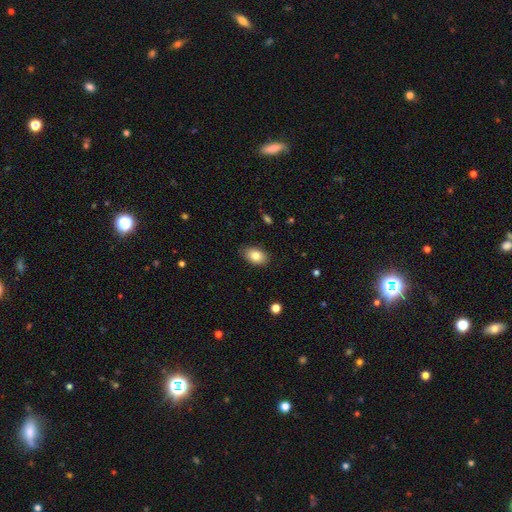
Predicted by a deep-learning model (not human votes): The model was most divided on "smooth or featured": smooth: 83%, featured or disk: 9%, star or artifact: 8%. More confident: how rounded — in between (89%); merging — none (86%).